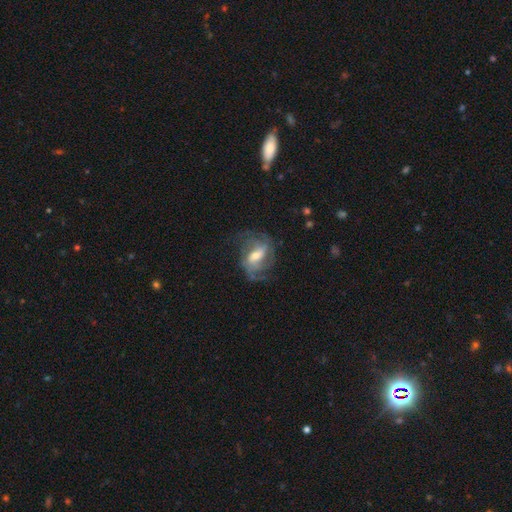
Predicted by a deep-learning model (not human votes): smooth_or_featured: featured or disk (p=0.79) [alt: smooth p=0.14]
disk_edge_on: no (p=0.96) [alt: yes p=0.04]
bar: weak (p=0.48) [alt: strong p=0.29]
has_spiral_arms: yes (p=0.91) [alt: no p=0.09]
spiral_winding: medium (p=0.45) [alt: tight p=0.28]
spiral_arm_count: 2 (p=0.40) [alt: can't tell p=0.24]
bulge_size: moderate (p=0.60) [alt: small p=0.27]
merging: none (p=0.60) [alt: minor disturbance p=0.20]